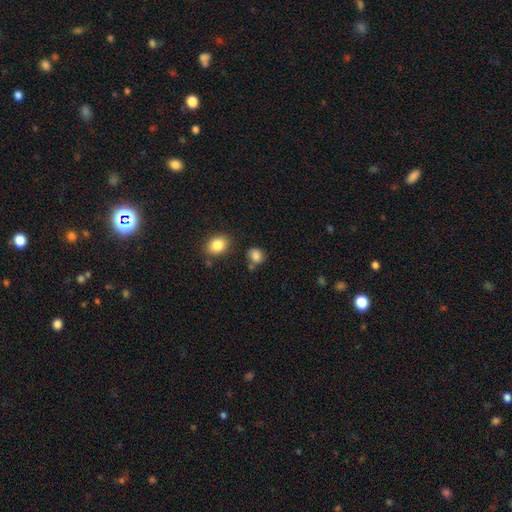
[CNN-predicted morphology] This is clearly a smooth galaxy (84%). How rounded: likely round (62%). Merging: likely none (67%).